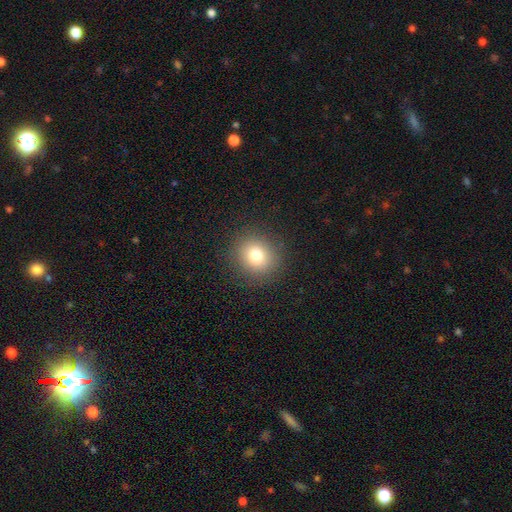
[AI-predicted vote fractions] Smooth or featured? Predicted: smooth (p=0.78). How rounded? Predicted: round (p=0.86). Merging? Predicted: none (p=0.89).